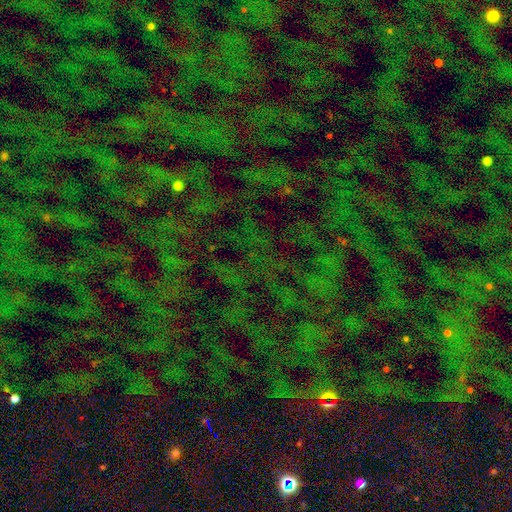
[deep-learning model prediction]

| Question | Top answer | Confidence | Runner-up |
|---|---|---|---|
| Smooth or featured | star or artifact | 75% | smooth (16%) |